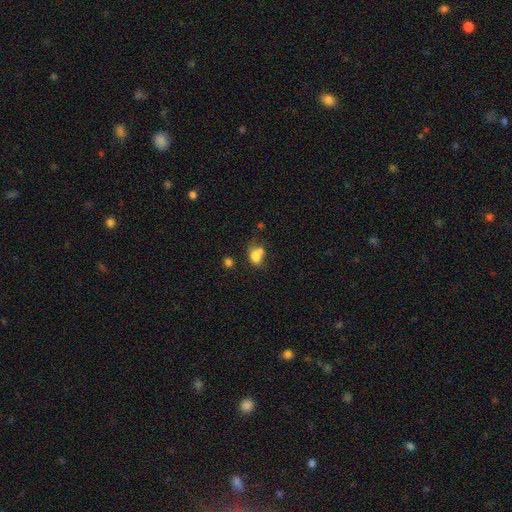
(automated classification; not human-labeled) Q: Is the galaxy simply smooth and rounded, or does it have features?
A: smooth — 74%.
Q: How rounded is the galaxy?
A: in between — 62%.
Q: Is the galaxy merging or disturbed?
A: merger — 45%.